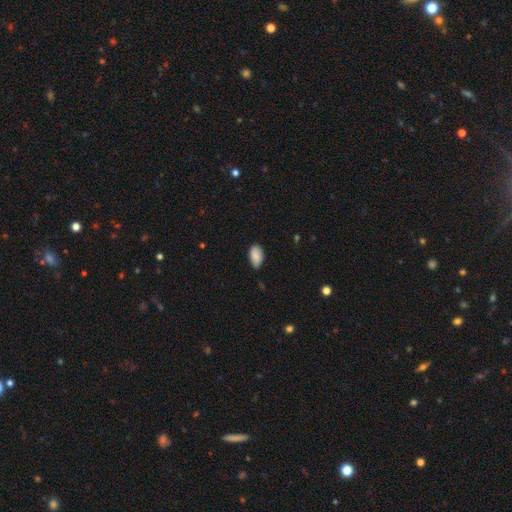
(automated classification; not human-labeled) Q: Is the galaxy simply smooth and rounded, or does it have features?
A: smooth — 88%.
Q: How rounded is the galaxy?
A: in between — 95%.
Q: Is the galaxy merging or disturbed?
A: none — 75%.